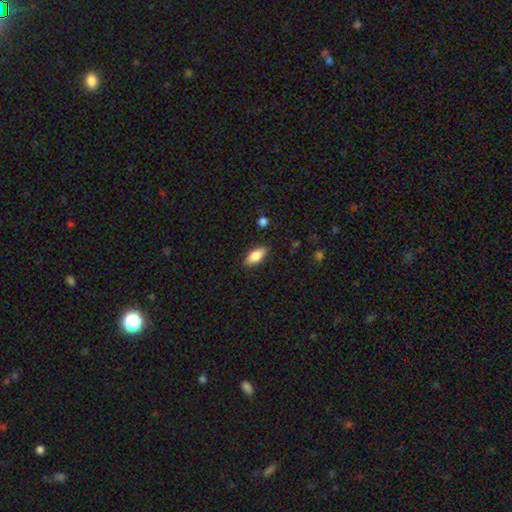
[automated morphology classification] Smooth or featured? smooth (83%)
How rounded? in between (86%)
Merging? none (86%)